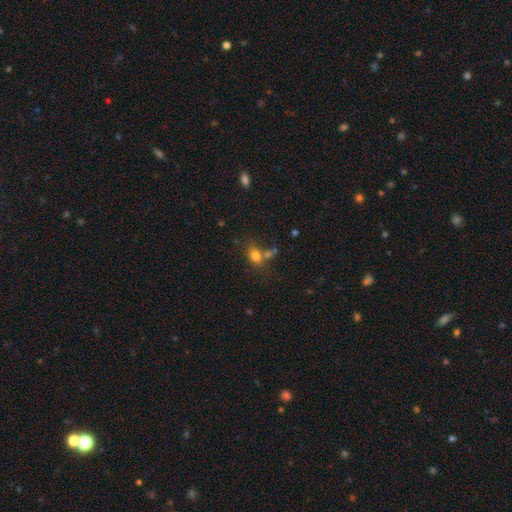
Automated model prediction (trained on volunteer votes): Smooth or featured?
  - smooth: 78% *
  - star or artifact: 12%
  - featured or disk: 10%
How rounded?
  - in between: 69% *
  - round: 29%
  - cigar-shaped: 2%
Merging?
  - none: 51% *
  - merger: 27%
  - minor disturbance: 15%
  - major disturbance: 7%